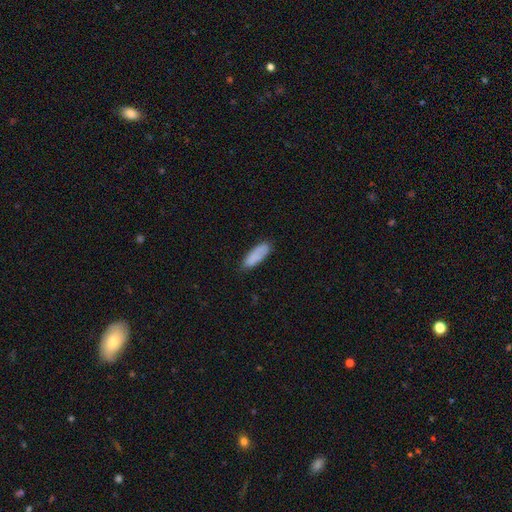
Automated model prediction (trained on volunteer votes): Smooth or featured? Predicted: smooth (p=0.82). How rounded? Predicted: in between (p=0.64). Merging? Predicted: none (p=0.73).